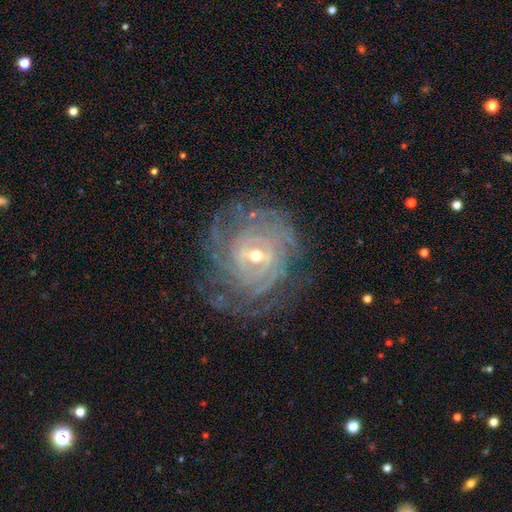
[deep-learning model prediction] featured or disk 87%, star or artifact 7%, smooth 6%. Down the decision tree: edge-on disk — no (97%); bar — weak (52%); spiral arms — yes (95%); spiral arm count — can't tell (40%); spiral winding — tight (79%); bulge size — small (57%); merging — none (75%).